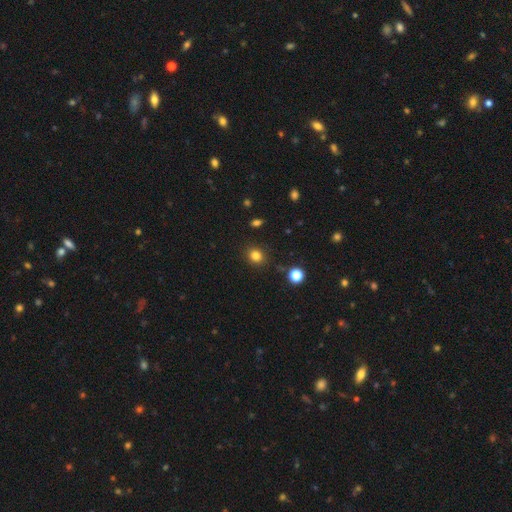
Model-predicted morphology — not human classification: Smooth or featured? Predicted: smooth (p=0.82). How rounded? Predicted: round (p=0.74). Merging? Predicted: none (p=0.87).